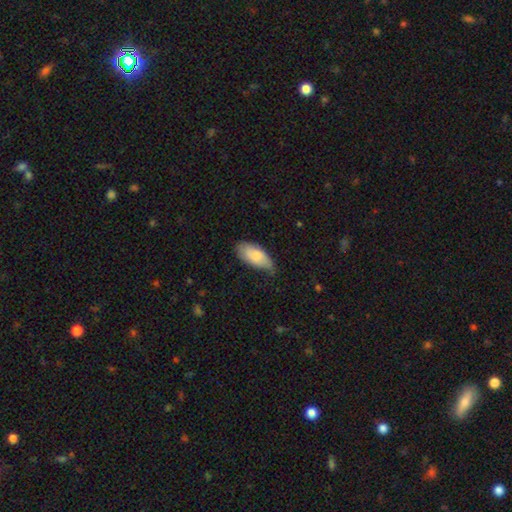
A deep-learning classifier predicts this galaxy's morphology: This appears to be a smooth galaxy with no disk features (78%) that is in between round and cigar-shaped (92%). Merging: none (47%).